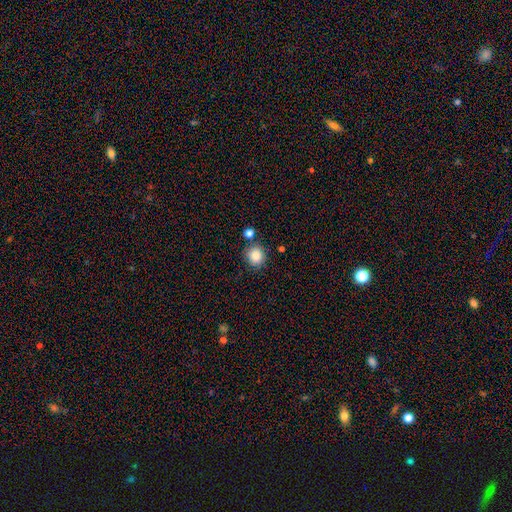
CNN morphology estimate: A smooth galaxy with no disk features (86%) that is round (84%). Merging: none (79%).